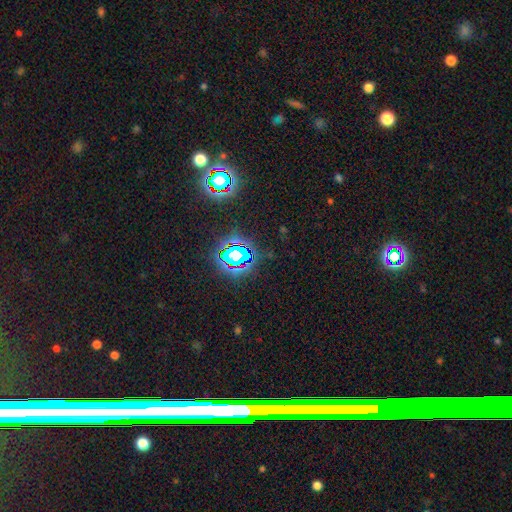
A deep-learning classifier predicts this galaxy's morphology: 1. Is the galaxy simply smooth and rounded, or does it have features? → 72% star or artifact, 15% smooth, 13% featured or disk.